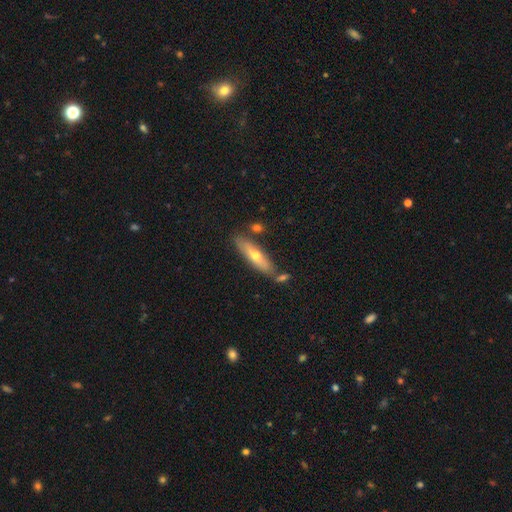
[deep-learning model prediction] Smooth or featured?
  - smooth: 53% *
  - featured or disk: 41%
  - star or artifact: 6%
How rounded?
  - cigar-shaped: 70% *
  - in between: 28%
  - round: 2%
Merging?
  - none: 72% *
  - minor disturbance: 14%
  - merger: 11%
  - major disturbance: 3%